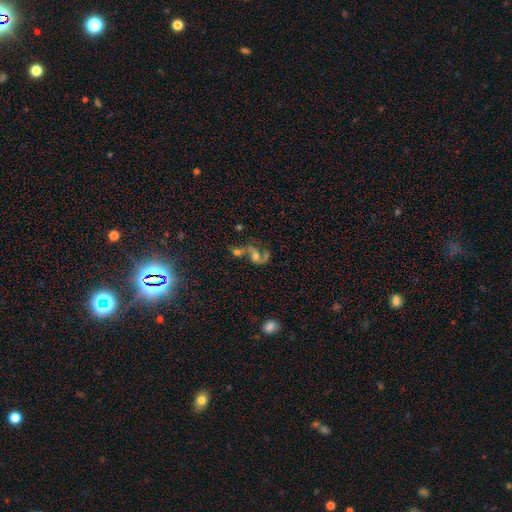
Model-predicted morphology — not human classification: Q: Smooth or featured?
A: featured or disk (64%); runner-up: smooth (22%)
Q: Edge-on disk?
A: no (97%); runner-up: yes (3%)
Q: Bar?
A: no (62%); runner-up: weak (28%)
Q: Spiral arms?
A: yes (80%); runner-up: no (20%)
Q: Bulge size?
A: moderate (46%); runner-up: small (20%)
Q: Merging?
A: merger (47%); runner-up: none (25%)